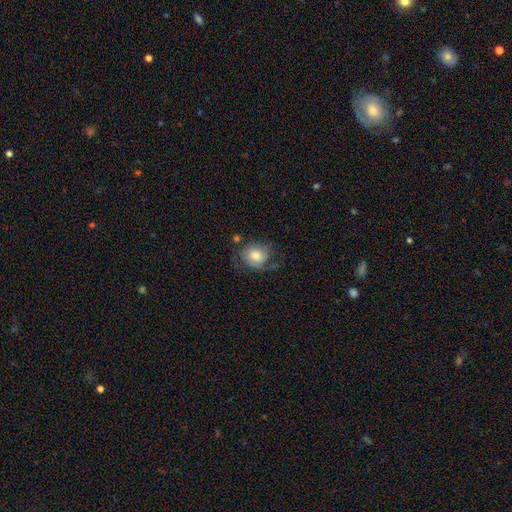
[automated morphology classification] Smooth or featured?
  - smooth: 53% *
  - featured or disk: 38%
  - star or artifact: 9%
How rounded?
  - round: 64% *
  - in between: 35%
  - cigar-shaped: 1%
Merging?
  - none: 52% *
  - minor disturbance: 26%
  - major disturbance: 19%
  - merger: 3%